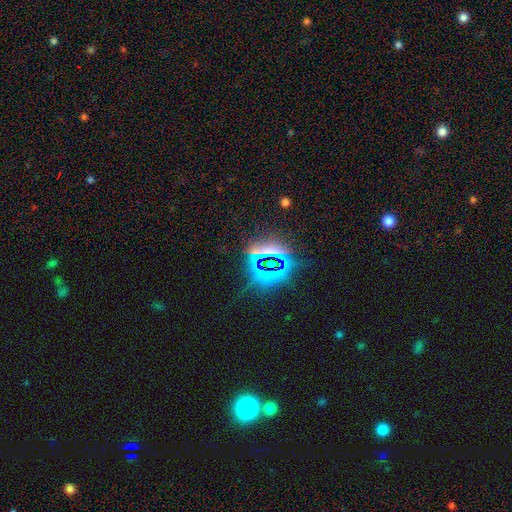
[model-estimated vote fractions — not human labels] smooth-or-featured: star or artifact: 78% | smooth: 12% | featured or disk: 9%